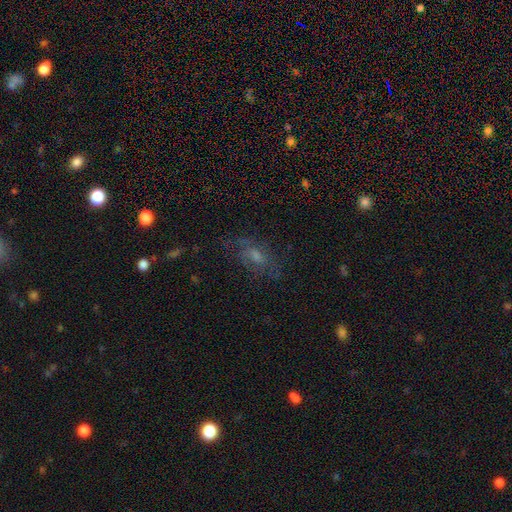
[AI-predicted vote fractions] A featured or disk galaxy (43%). Merging: none (64%).